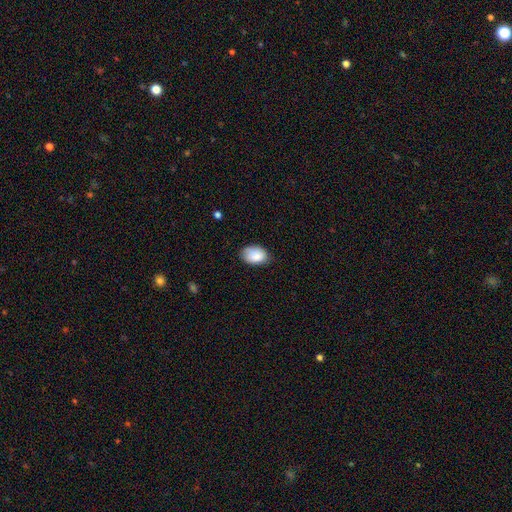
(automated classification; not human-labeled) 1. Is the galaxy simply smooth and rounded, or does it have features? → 88% smooth, 7% star or artifact, 5% featured or disk.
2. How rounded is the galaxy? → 86% in between, 13% round, 1% cigar-shaped.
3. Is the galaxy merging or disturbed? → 69% none, 26% minor disturbance, 4% major disturbance, 1% merger.